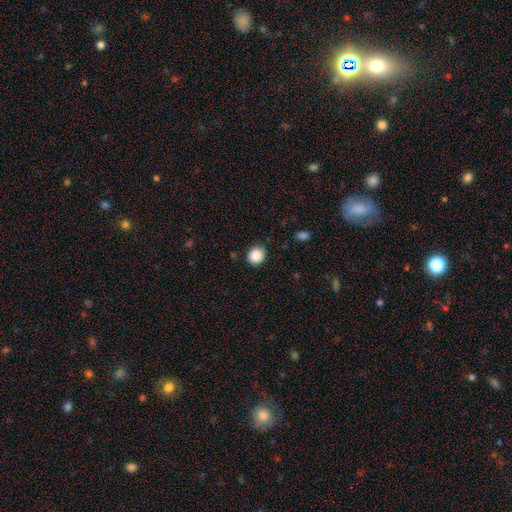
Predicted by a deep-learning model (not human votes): Smooth or featured: smooth — 88% (star or artifact — 9%)
How rounded: round — 80% (in between — 19%)
Merging: none — 86% (minor disturbance — 10%)